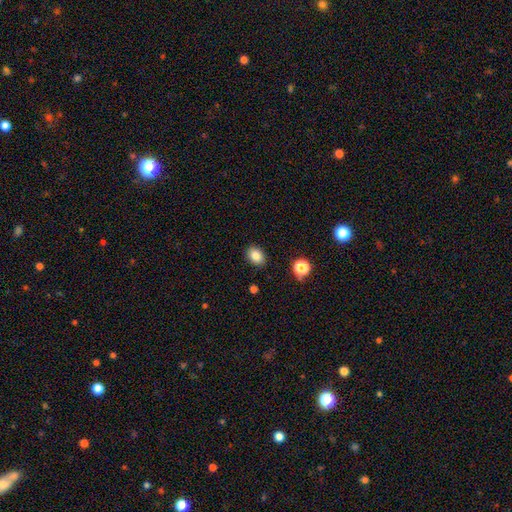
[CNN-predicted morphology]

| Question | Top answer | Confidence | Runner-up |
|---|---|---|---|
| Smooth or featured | smooth | 84% | star or artifact (10%) |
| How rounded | in between | 71% | round (28%) |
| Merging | none | 88% | minor disturbance (9%) |